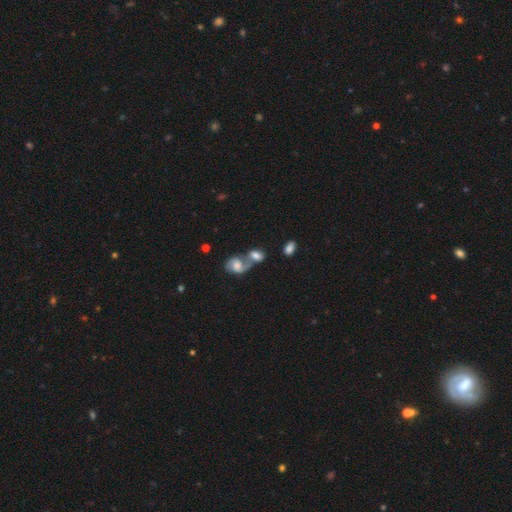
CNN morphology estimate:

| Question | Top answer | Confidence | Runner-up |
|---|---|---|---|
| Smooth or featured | smooth | 52% | featured or disk (38%) |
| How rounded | in between | 70% | round (27%) |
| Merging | merger | 64% | none (22%) |